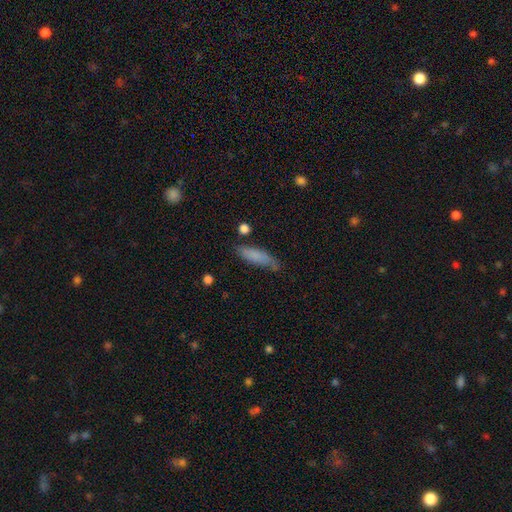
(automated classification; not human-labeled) Q: Smooth or featured?
A: smooth (77%); runner-up: featured or disk (15%)
Q: How rounded?
A: cigar-shaped (58%); runner-up: in between (40%)
Q: Merging?
A: none (66%); runner-up: minor disturbance (24%)